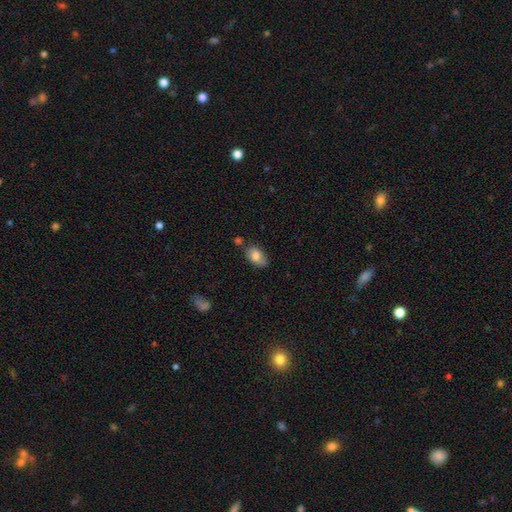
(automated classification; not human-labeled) A smooth galaxy with no disk features (77%) that is in between round and cigar-shaped (90%). Merging: none (65%).